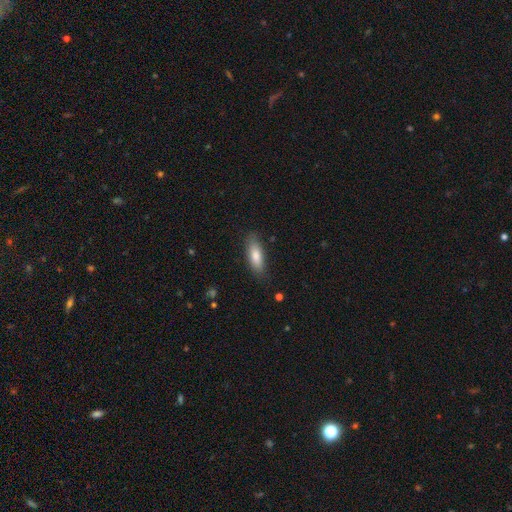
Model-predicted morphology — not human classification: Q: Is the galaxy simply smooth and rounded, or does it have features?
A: smooth — 80%.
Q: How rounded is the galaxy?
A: in between — 59%.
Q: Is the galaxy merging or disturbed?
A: none — 83%.